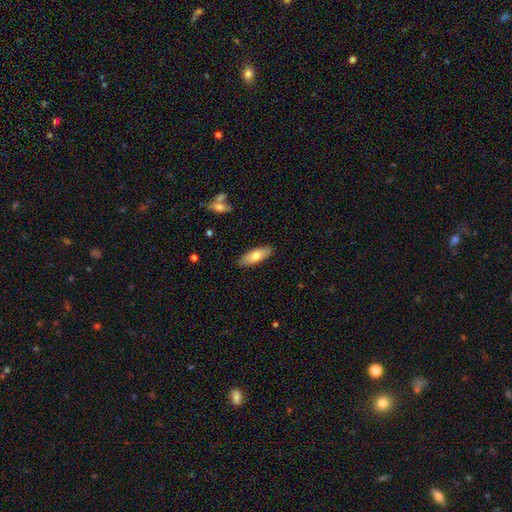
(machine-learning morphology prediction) The model was most divided on "how rounded": in between: 66%, cigar-shaped: 32%, round: 2%. More confident: merging — none (88%); smooth or featured — smooth (72%).